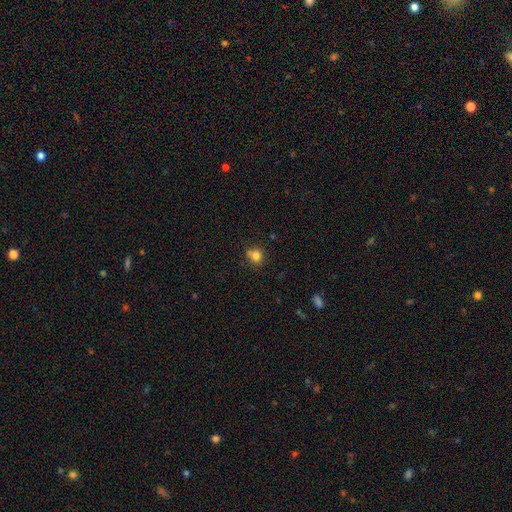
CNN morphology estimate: A smooth galaxy with no disk features (80%) that is round (83%).

Vote fractions:
- Smooth or featured? smooth: 80% / star or artifact: 12% / featured or disk: 8%
- How rounded? round: 83% / in between: 16% / cigar-shaped: 1%
- Merging? none: 64% / minor disturbance: 16% / merger: 15% / major disturbance: 4%